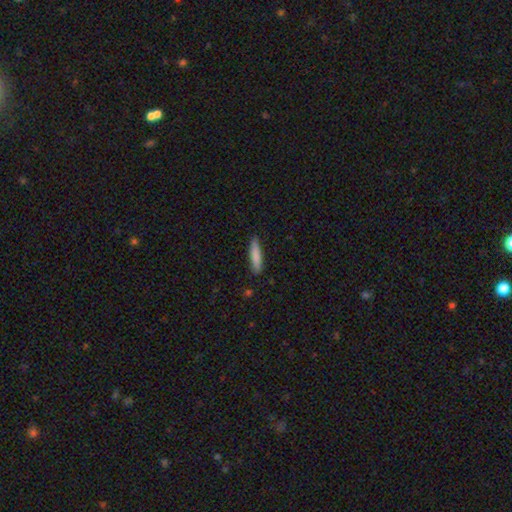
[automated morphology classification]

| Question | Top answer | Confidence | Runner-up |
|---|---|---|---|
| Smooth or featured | smooth | 83% | featured or disk (11%) |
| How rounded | cigar-shaped | 84% | in between (15%) |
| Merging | none | 87% | minor disturbance (10%) |